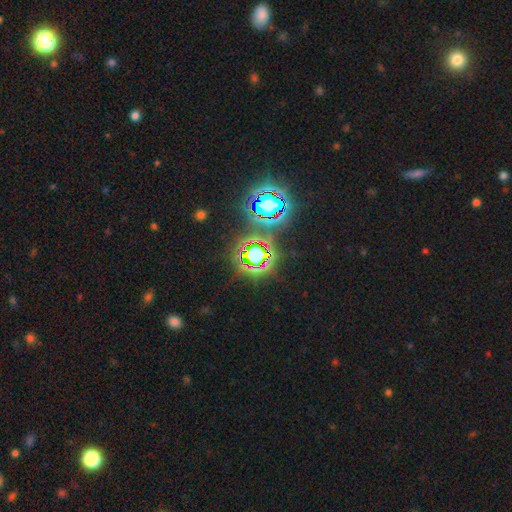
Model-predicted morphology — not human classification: The model was most divided on "smooth or featured": star or artifact: 72%, smooth: 15%, featured or disk: 13%.